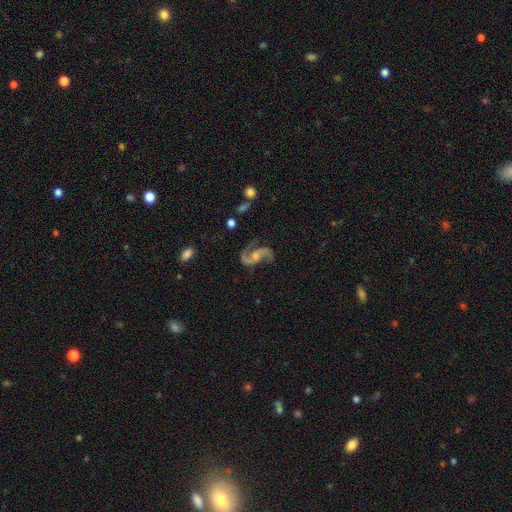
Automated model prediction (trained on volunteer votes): Smooth or featured?
  - featured or disk: 91% *
  - star or artifact: 5%
  - smooth: 3%
Edge-on disk?
  - no: 98% *
  - yes: 2%
Bar?
  - no: 49% *
  - weak: 37%
  - strong: 14%
Spiral arms?
  - yes: 98% *
  - no: 2%
Spiral winding?
  - medium: 51% *
  - loose: 38%
  - tight: 11%
Spiral arm count?
  - 2: 93% *
  - 1: 2%
  - can't tell: 2%
  - 3: 2%
  - 4: 1%
  - more than 4: 1%
Bulge size?
  - small: 45% *
  - moderate: 42%
  - none: 8%
  - large: 3%
  - dominant: 1%
Merging?
  - none: 73% *
  - minor disturbance: 16%
  - major disturbance: 9%
  - merger: 3%